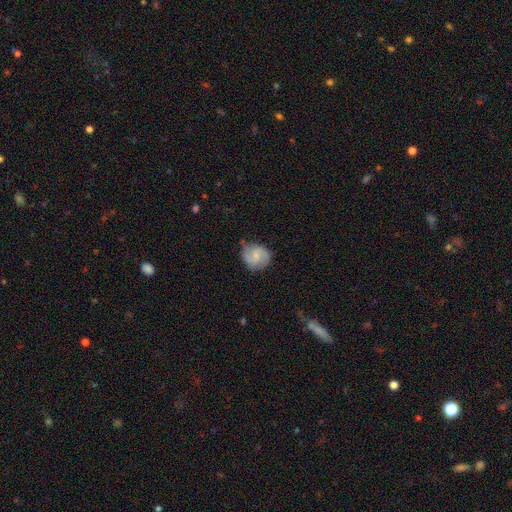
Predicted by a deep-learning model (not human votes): A smooth galaxy with no disk features (50%). Merging: none (67%).